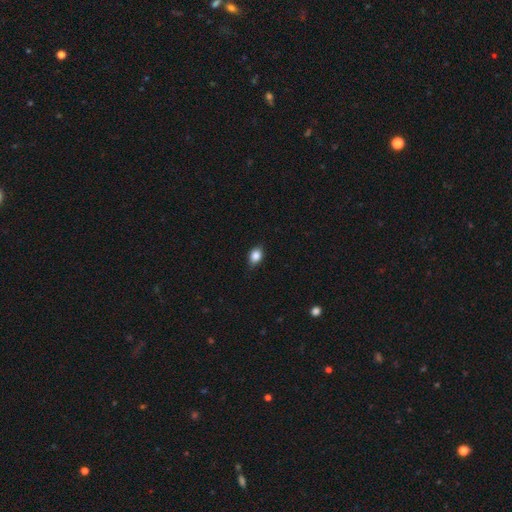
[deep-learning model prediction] Overall: smooth (84%). How rounded: in between (73%). Merging: none (79%).